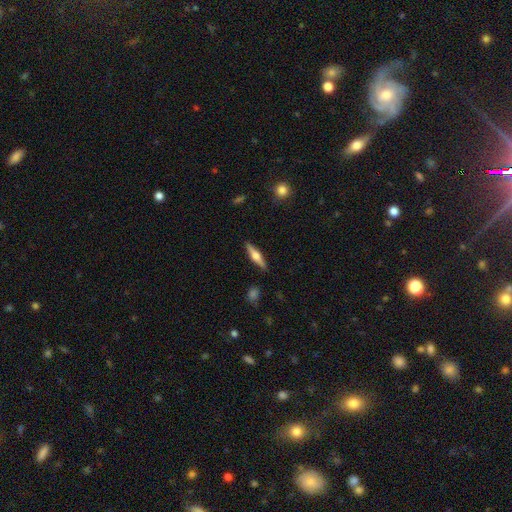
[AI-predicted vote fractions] This appears to be a featured or disk galaxy (63%) viewed edge-on (97%) with a rounded central bulge (91%). Merging: none (89%).